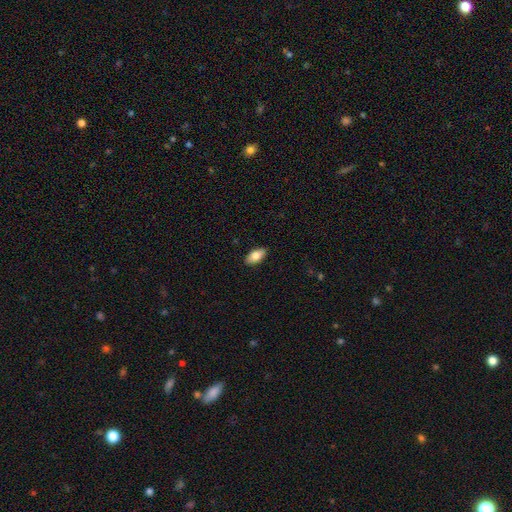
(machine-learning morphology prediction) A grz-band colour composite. It shows a smooth galaxy with no disk features (80%) that is in between round and cigar-shaped (91%). Merging: none (90%).